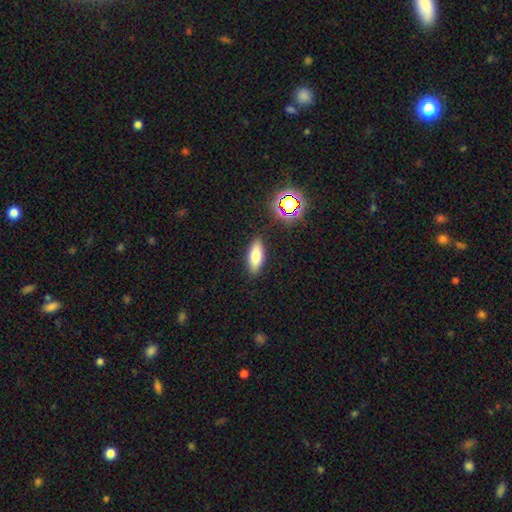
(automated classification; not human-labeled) This is likely a smooth galaxy (74%). How rounded: likely in between (73%). Merging: clearly none (87%).